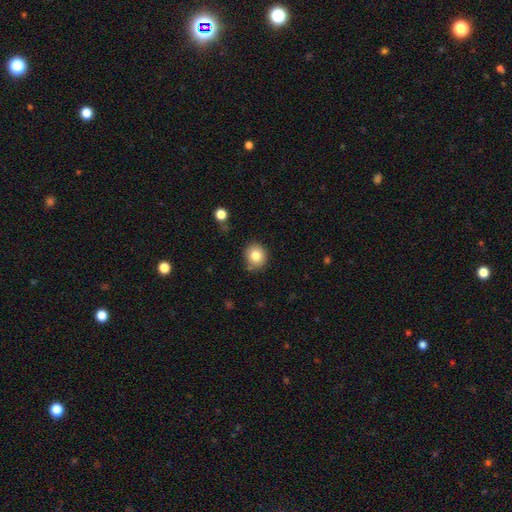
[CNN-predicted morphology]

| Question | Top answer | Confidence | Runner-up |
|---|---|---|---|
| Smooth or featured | smooth | 82% | star or artifact (10%) |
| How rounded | round | 86% | in between (13%) |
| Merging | none | 82% | minor disturbance (12%) |